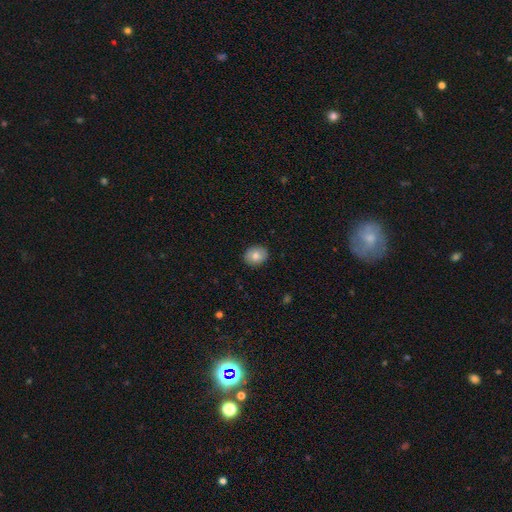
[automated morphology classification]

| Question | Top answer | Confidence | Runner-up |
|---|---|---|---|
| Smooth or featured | smooth | 80% | featured or disk (13%) |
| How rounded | in between | 50% | round (49%) |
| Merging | none | 90% | minor disturbance (8%) |